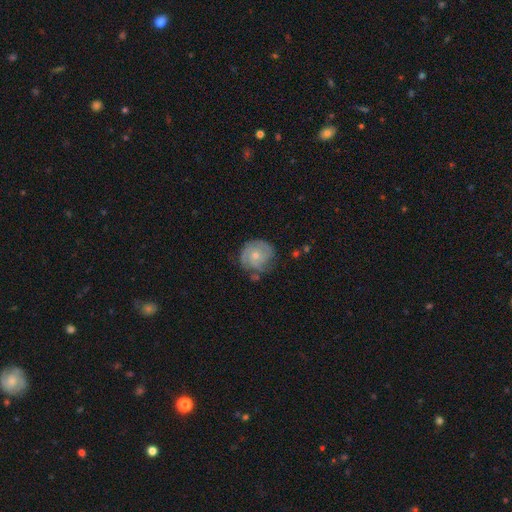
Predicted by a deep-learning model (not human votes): A featured or disk galaxy (61%) with no bar (81%), tight (62%) spiral arms (84%) and a small central bulge (53%). Merging: none (63%).